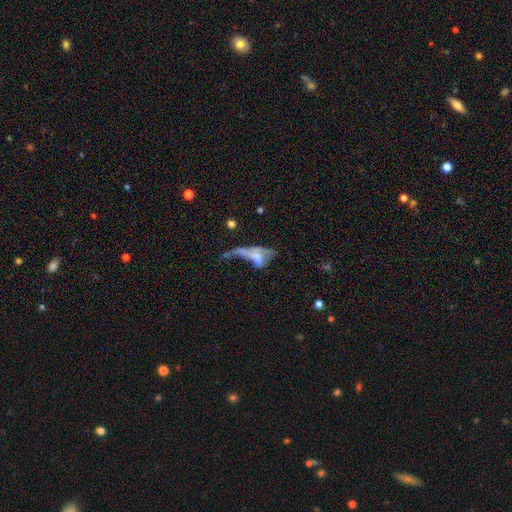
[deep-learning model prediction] Smooth or featured: featured or disk — 46% (smooth — 42%)
Merging: major disturbance — 51% (merger — 24%)